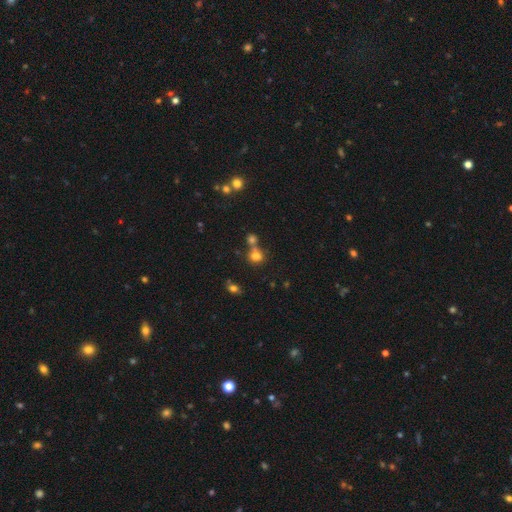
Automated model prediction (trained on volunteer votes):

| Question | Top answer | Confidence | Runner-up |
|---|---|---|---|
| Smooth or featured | smooth | 75% | star or artifact (17%) |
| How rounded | round | 80% | in between (19%) |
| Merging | none | 49% | merger (38%) |